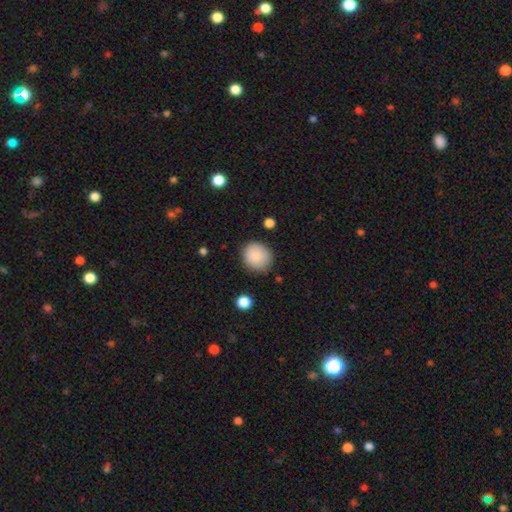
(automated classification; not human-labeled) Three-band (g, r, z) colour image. It shows a smooth galaxy with no disk features (86%) that is round (80%). Merging: none (81%).